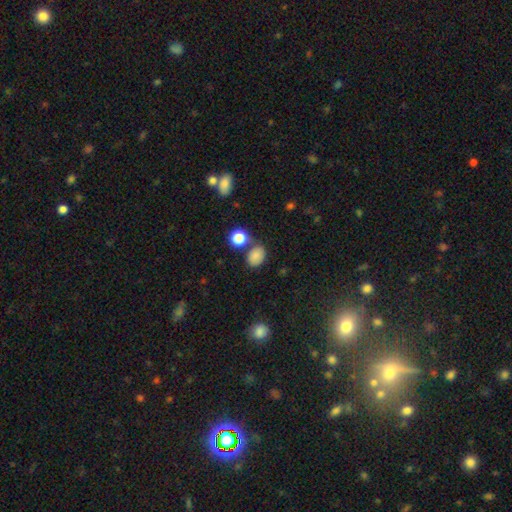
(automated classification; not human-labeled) smooth-or-featured: smooth: 82% | star or artifact: 12% | featured or disk: 6%
  how-rounded: in between: 65% | round: 34% | cigar-shaped: 1%
  merging: none: 68% | minor disturbance: 16% | merger: 12% | major disturbance: 5%